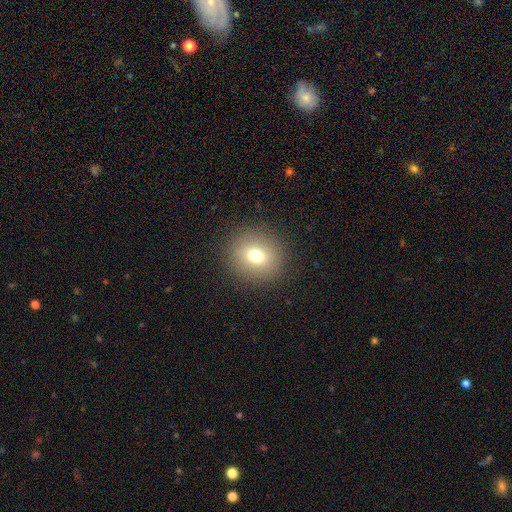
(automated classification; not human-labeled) Morphology: type=smooth (73%); roundness=round (86%); merging=none (89%).